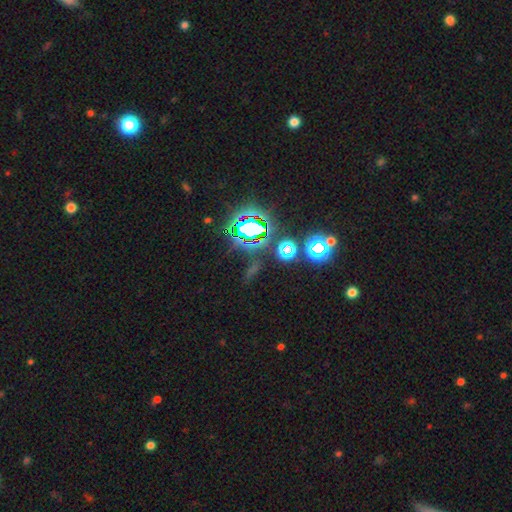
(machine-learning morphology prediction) star or artifact 79%, smooth 13%, featured or disk 8%.